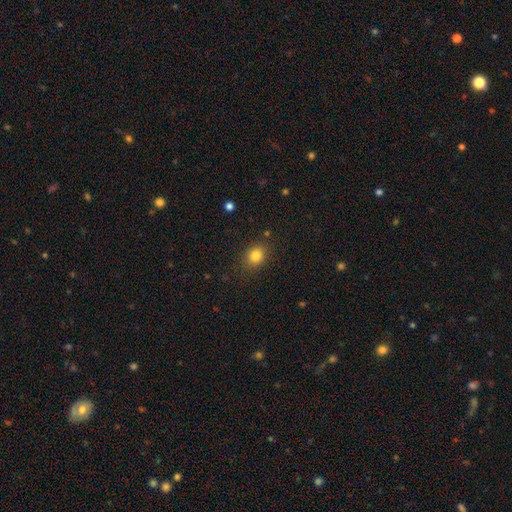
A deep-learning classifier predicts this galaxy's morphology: Smooth or featured: smooth — 82% (star or artifact — 12%)
How rounded: round — 57% (in between — 42%)
Merging: none — 84% (minor disturbance — 11%)